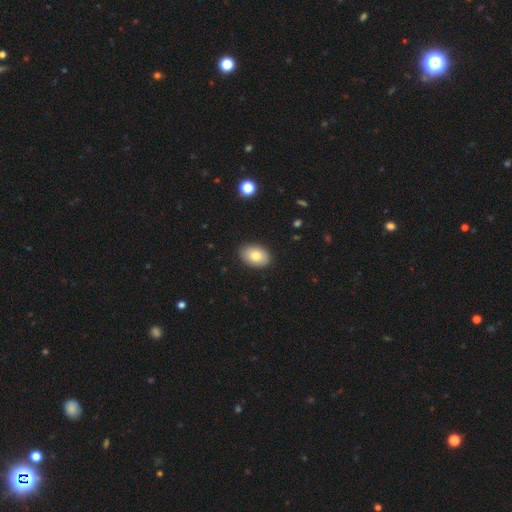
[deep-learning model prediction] Smooth or featured: smooth — 80% (featured or disk — 12%)
How rounded: in between — 84% (round — 15%)
Merging: none — 88% (minor disturbance — 9%)